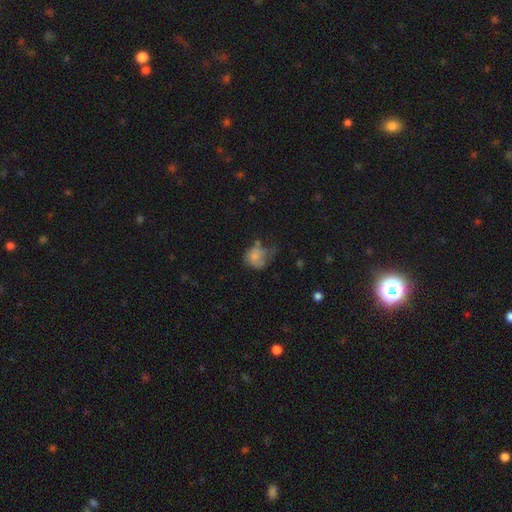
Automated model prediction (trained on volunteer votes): This appears to be a smooth galaxy with no disk features (59%) that is round (52%). Merging: major disturbance (40%).